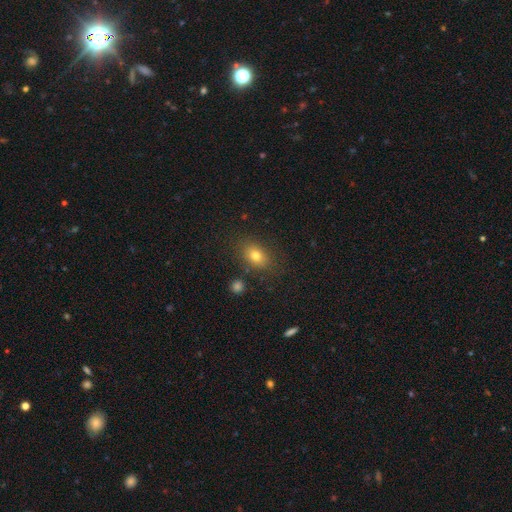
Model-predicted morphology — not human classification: Smooth or featured? smooth (77%)
How rounded? in between (75%)
Merging? none (81%)